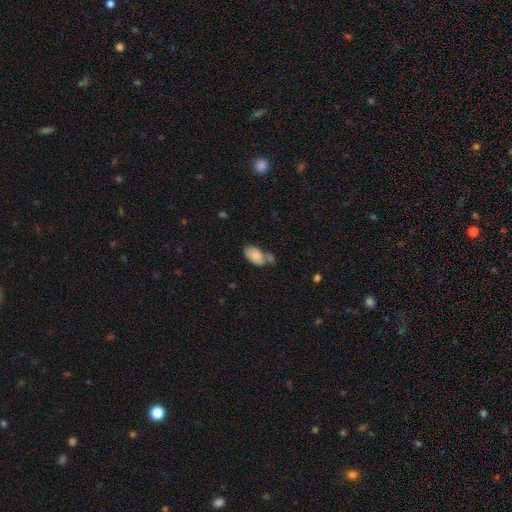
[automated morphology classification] This appears to be a smooth galaxy with no disk features (84%) that is in between round and cigar-shaped (94%). Merging: none (47%).